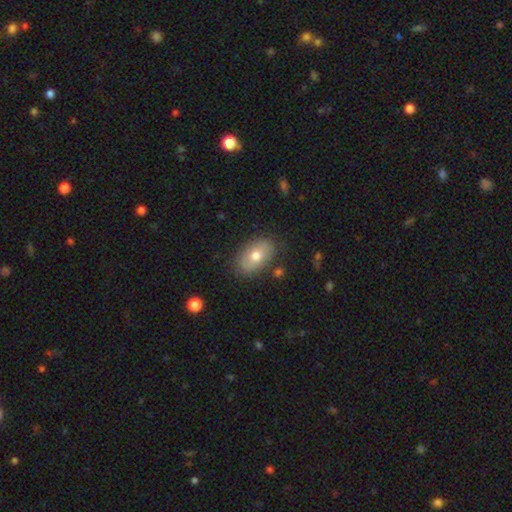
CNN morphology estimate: Overall: smooth (66%; featured or disk 27%). How rounded: in between (89%). Merging: none (82%).